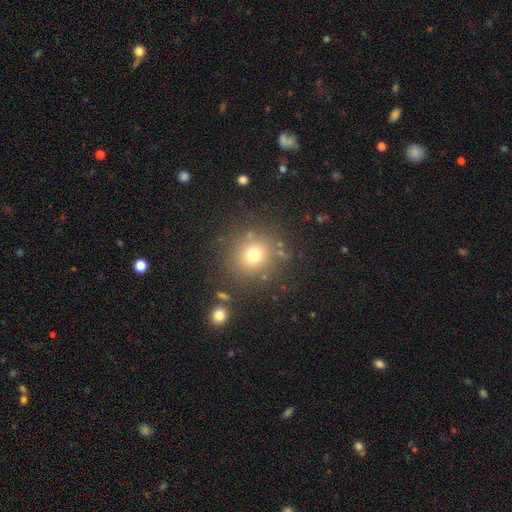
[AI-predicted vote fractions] A smooth galaxy with no disk features (68%) that is round (90%). Merging: none (84%).